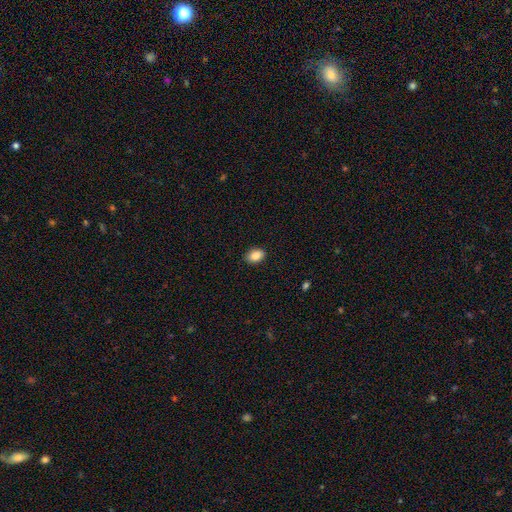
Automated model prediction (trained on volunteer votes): smooth-or-featured: smooth: 88% | star or artifact: 8% | featured or disk: 4%
  how-rounded: in between: 82% | round: 17% | cigar-shaped: 1%
  merging: none: 88% | minor disturbance: 9% | major disturbance: 2% | merger: 1%